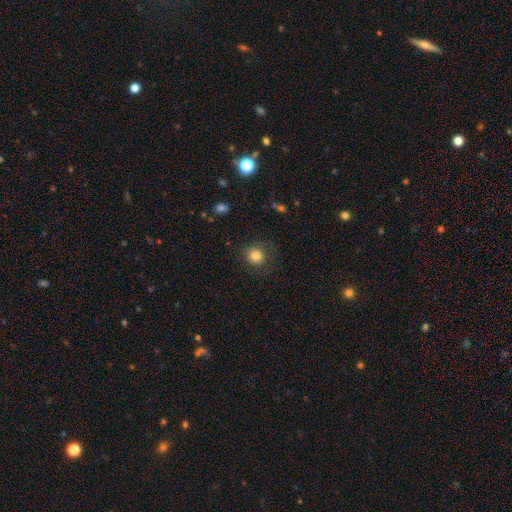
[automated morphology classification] The model was most divided on "merging": none: 83%, minor disturbance: 11%, major disturbance: 5%, merger: 1%. More confident: how rounded — round (91%); smooth or featured — smooth (83%).